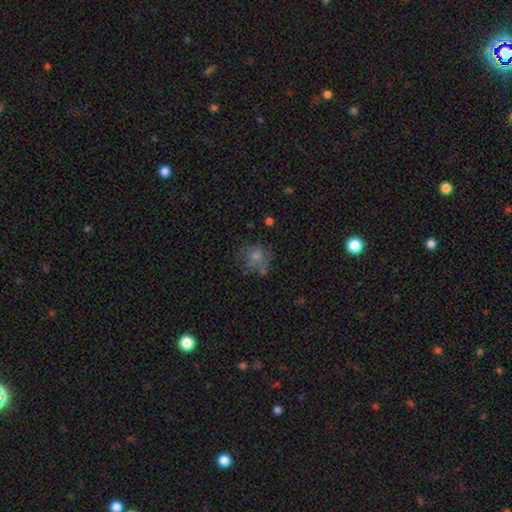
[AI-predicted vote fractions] Smooth or featured: smooth — 61% (featured or disk — 20%)
How rounded: round — 80% (in between — 19%)
Merging: none — 61% (minor disturbance — 20%)